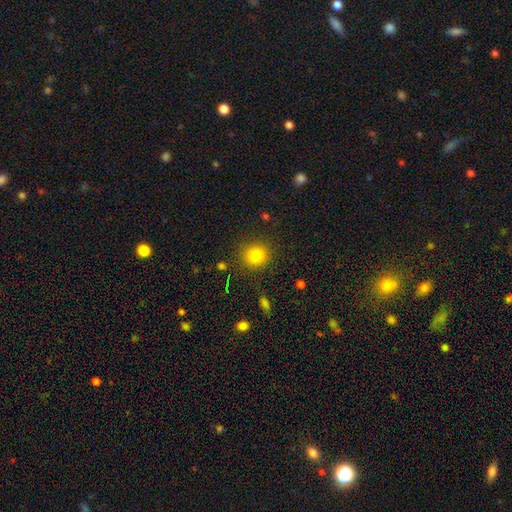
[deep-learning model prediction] smooth 82%, star or artifact 12%, featured or disk 6%. Down the decision tree: how rounded — round (88%); merging — none (87%).